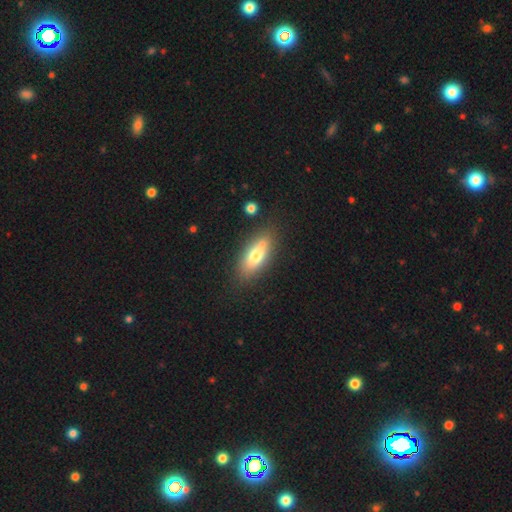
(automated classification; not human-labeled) A smooth galaxy with no disk features (69%) that is in between round and cigar-shaped (77%).

Vote fractions:
- Smooth or featured? smooth: 69% / featured or disk: 23% / star or artifact: 8%
- How rounded? in between: 77% / cigar-shaped: 20% / round: 4%
- Merging? none: 71% / minor disturbance: 14% / merger: 10% / major disturbance: 4%